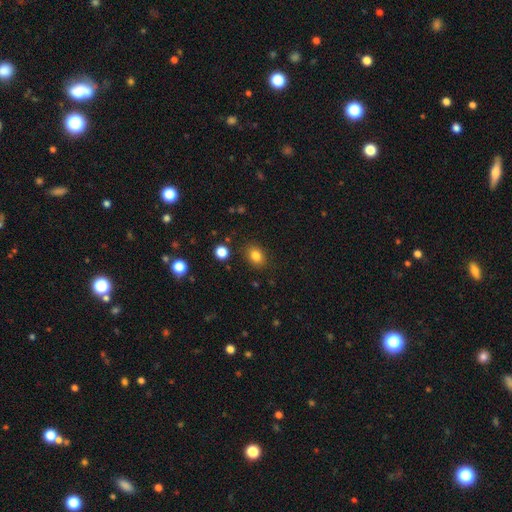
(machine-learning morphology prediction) Smooth or featured? Predicted: smooth (p=0.83). How rounded? Predicted: in between (p=0.59). Merging? Predicted: none (p=0.86).